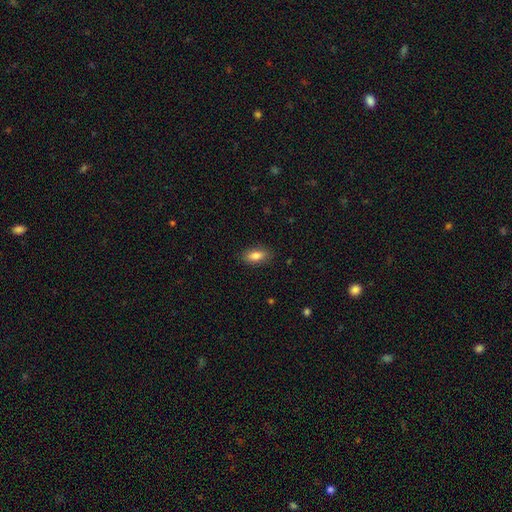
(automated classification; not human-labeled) Smooth or featured: smooth — 82% (featured or disk — 10%)
How rounded: in between — 85% (cigar-shaped — 11%)
Merging: none — 86% (minor disturbance — 11%)